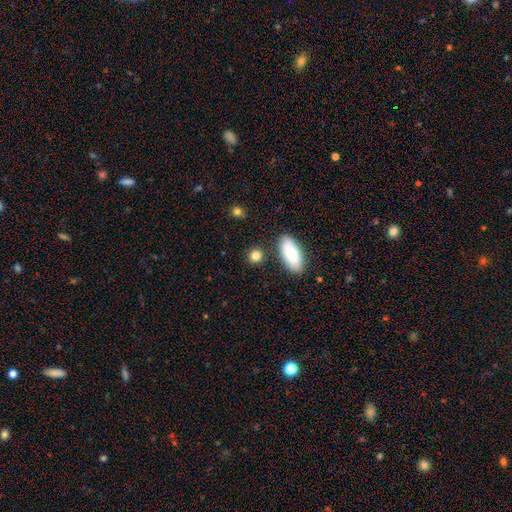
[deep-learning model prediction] Smooth or featured? smooth (85%)
How rounded? round (70%)
Merging? none (82%)